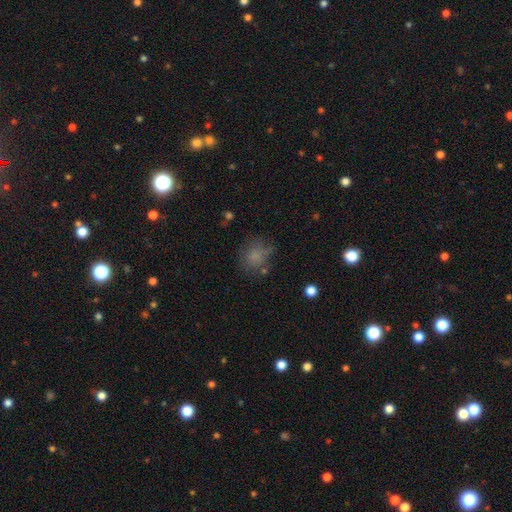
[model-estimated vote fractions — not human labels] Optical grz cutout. It shows a smooth galaxy with no disk features (72%) that is round (71%). Merging: none (60%).